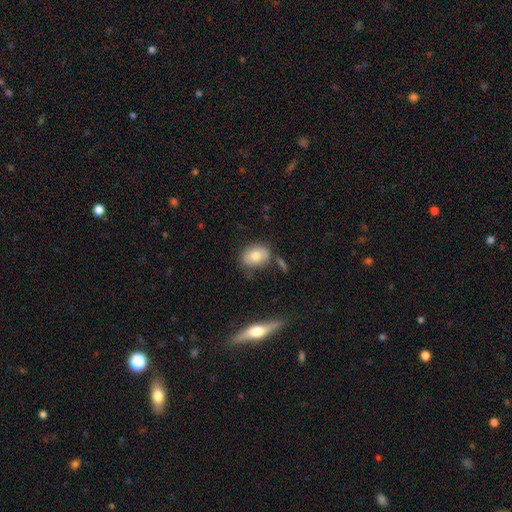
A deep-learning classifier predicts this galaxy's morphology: smooth-or-featured: smooth: 74% | featured or disk: 18% | star or artifact: 9%
  how-rounded: in between: 67% | round: 32% | cigar-shaped: 2%
  merging: none: 70% | minor disturbance: 19% | merger: 7% | major disturbance: 5%